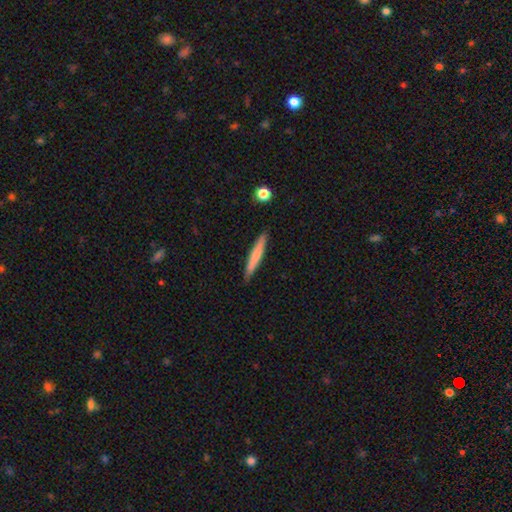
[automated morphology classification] smooth 68%, featured or disk 26%, star or artifact 6%. Down the decision tree: how rounded — cigar-shaped (95%); merging — none (89%).